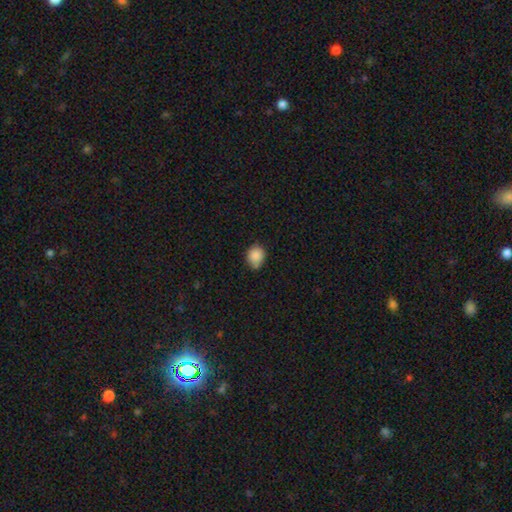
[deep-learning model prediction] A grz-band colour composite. It shows a smooth galaxy with no disk features (87%) that is round (71%). Merging: none (68%).